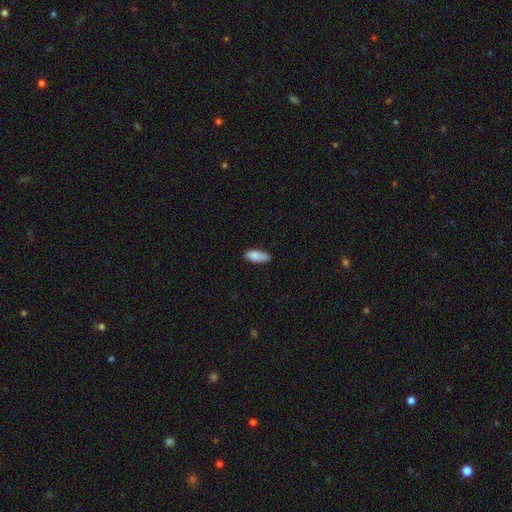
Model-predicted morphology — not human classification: The model was most divided on "merging": none: 72%, minor disturbance: 23%, major disturbance: 4%, merger: 2%. More confident: smooth or featured — smooth (86%); how rounded — in between (81%).